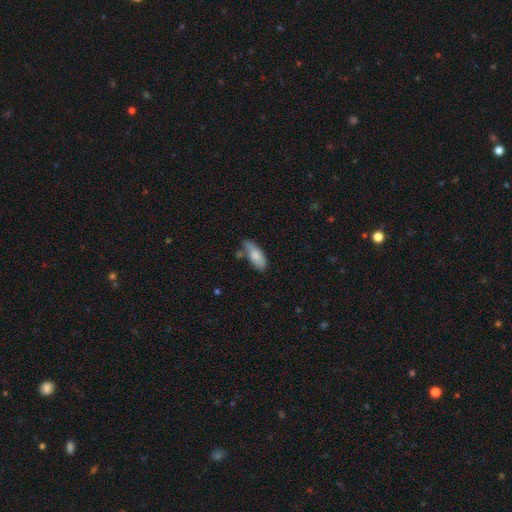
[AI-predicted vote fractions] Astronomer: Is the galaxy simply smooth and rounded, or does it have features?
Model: smooth — 78%.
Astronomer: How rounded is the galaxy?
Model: in between — 79%.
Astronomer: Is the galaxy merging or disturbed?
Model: none — 52% (runner-up: minor disturbance, 30%).